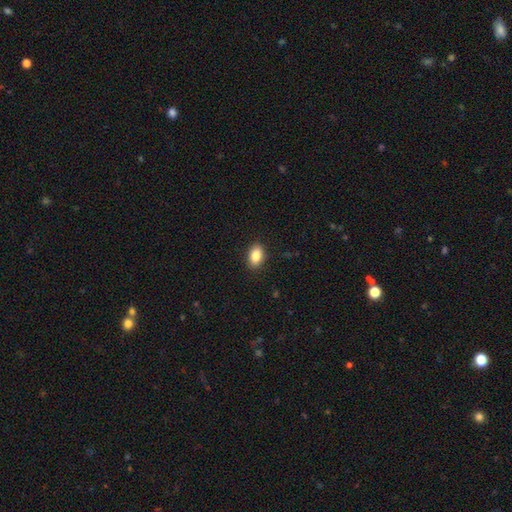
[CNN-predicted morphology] Smooth or featured?
  - smooth: 86% *
  - star or artifact: 8%
  - featured or disk: 6%
How rounded?
  - in between: 88% *
  - round: 10%
  - cigar-shaped: 2%
Merging?
  - none: 89% *
  - minor disturbance: 8%
  - major disturbance: 2%
  - merger: 1%